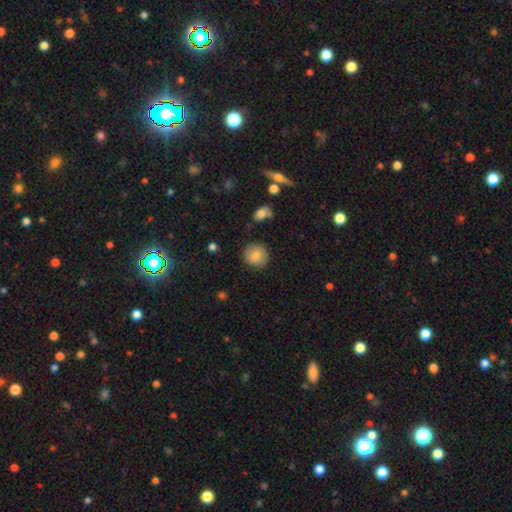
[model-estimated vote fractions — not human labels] Overall: smooth (84%). How rounded: round (89%). Merging: none (86%).